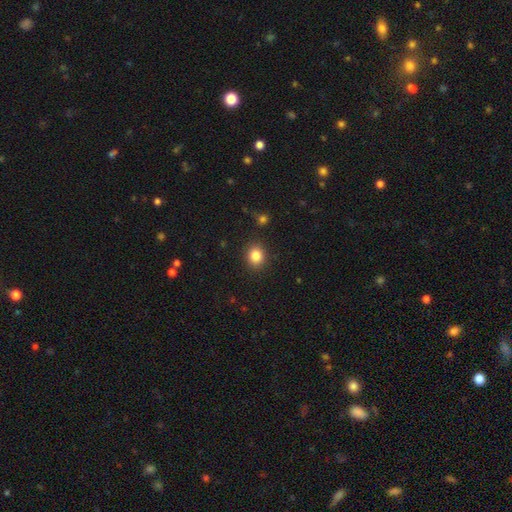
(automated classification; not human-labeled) Q: Smooth or featured?
A: smooth (84%); runner-up: star or artifact (11%)
Q: How rounded?
A: round (72%); runner-up: in between (27%)
Q: Merging?
A: none (89%); runner-up: minor disturbance (7%)